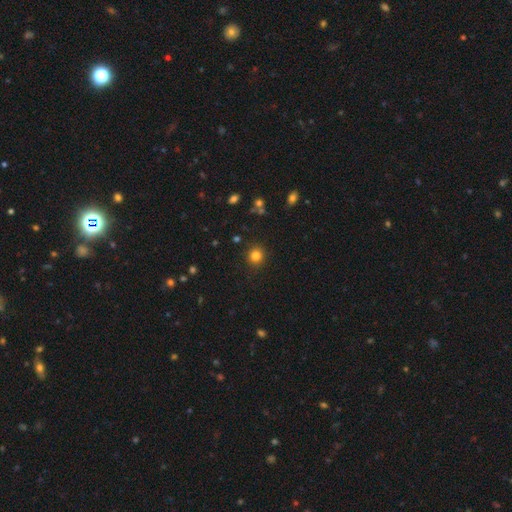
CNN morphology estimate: A smooth galaxy with no disk features (82%) that is round (92%). Merging: none (90%).